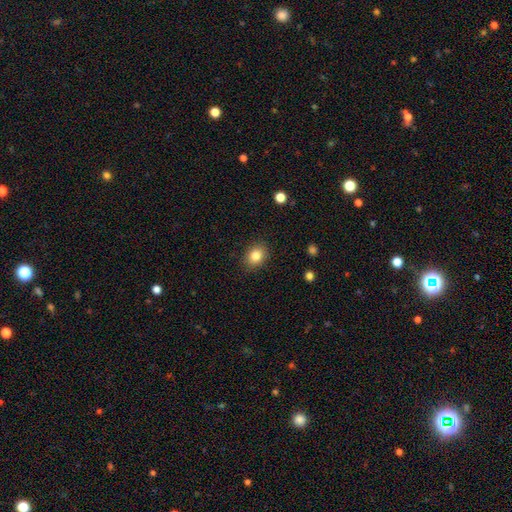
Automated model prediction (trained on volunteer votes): This appears to be a smooth galaxy with no disk features (84%) that is in between round and cigar-shaped (56%). Merging: none (88%).